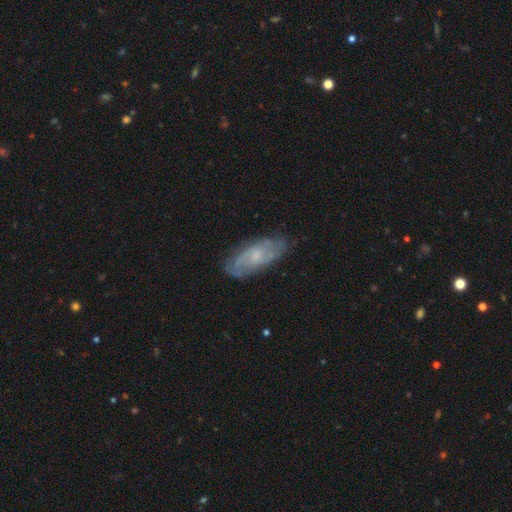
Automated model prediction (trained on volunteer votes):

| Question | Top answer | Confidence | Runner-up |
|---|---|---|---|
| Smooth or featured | featured or disk | 66% | smooth (27%) |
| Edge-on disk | no | 89% | yes (11%) |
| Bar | no | 60% | weak (35%) |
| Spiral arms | yes | 83% | no (17%) |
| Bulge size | small | 49% | moderate (30%) |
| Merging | none | 73% | minor disturbance (19%) |